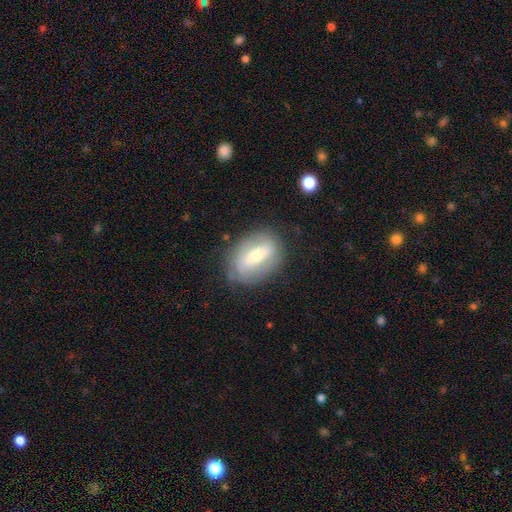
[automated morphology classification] Smooth or featured? featured or disk (54%)
Edge-on disk? no (88%)
Merging? none (73%)